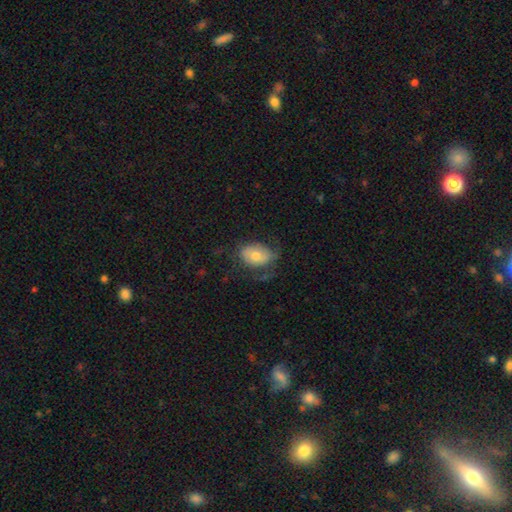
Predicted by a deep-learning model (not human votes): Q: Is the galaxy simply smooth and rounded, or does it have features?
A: smooth — 63%.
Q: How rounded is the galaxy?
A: in between — 76%.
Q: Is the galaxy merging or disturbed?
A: none — 52%.